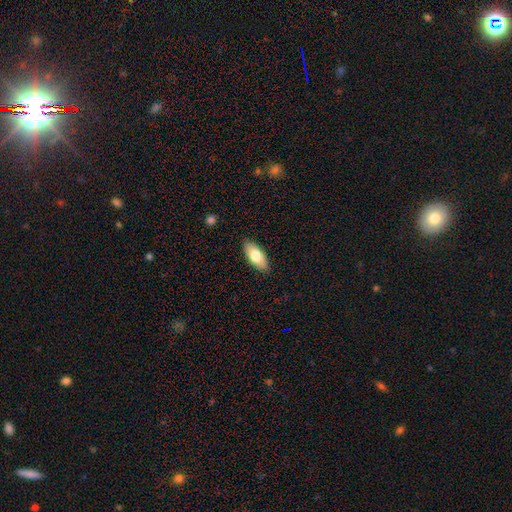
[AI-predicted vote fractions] The model was most divided on "smooth or featured": smooth: 76%, featured or disk: 18%, star or artifact: 6%. More confident: merging — none (88%); how rounded — in between (87%).